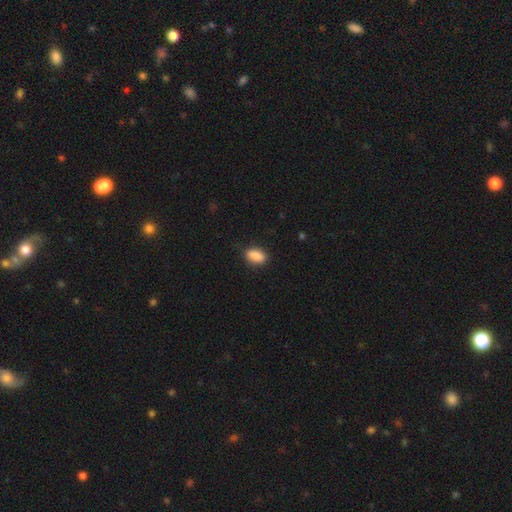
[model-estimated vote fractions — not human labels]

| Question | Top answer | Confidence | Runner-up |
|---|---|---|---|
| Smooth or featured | smooth | 88% | star or artifact (7%) |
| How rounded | in between | 87% | round (7%) |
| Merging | none | 82% | minor disturbance (14%) |